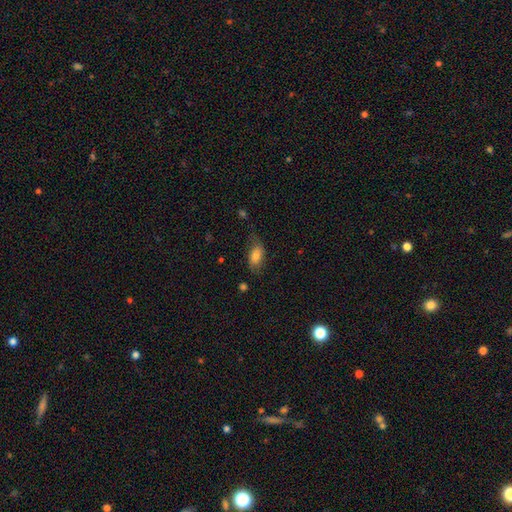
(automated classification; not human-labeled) smooth-or-featured: smooth: 77% | featured or disk: 15% | star or artifact: 8%
  how-rounded: in between: 90% | round: 6% | cigar-shaped: 4%
  merging: none: 58% | minor disturbance: 28% | major disturbance: 12% | merger: 2%